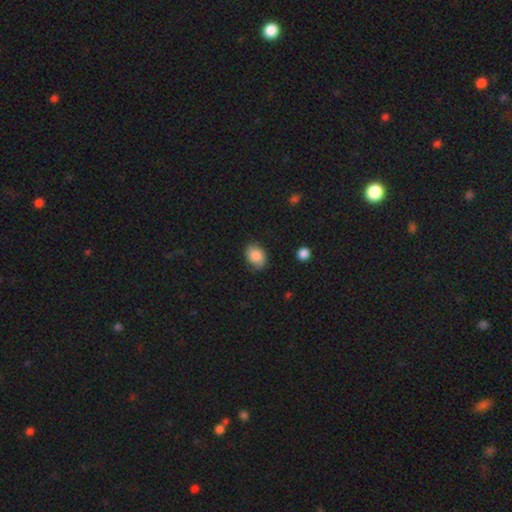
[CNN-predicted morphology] smooth_or_featured: smooth (p=0.84) [alt: featured or disk p=0.08]
how_rounded: in between (p=0.73) [alt: round p=0.26]
merging: none (p=0.76) [alt: minor disturbance p=0.19]